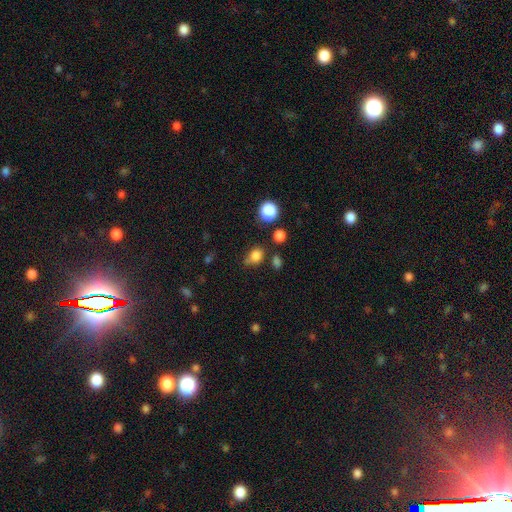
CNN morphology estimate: Smooth or featured? smooth (80%)
How rounded? round (50%)
Merging? none (62%)